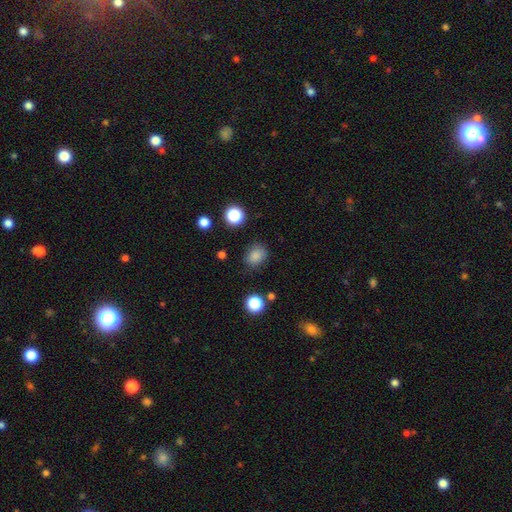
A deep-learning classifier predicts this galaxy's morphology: This is clearly a smooth galaxy (83%). How rounded: possibly in between (50%). Merging: likely none (78%).